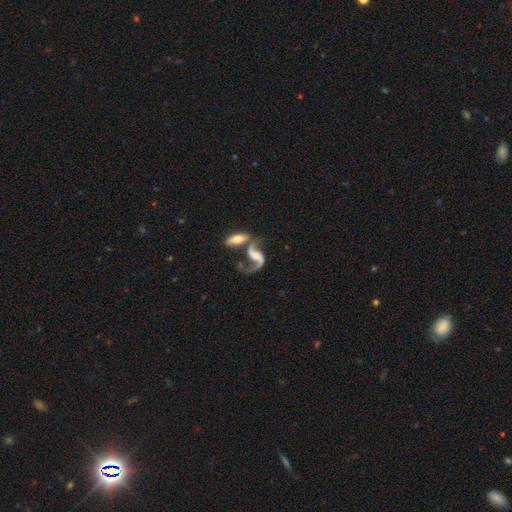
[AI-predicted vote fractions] Smooth or featured: featured or disk — 82% (smooth — 11%)
Edge-on disk: no — 94% (yes — 6%)
Bar: no — 41% (weak — 39%)
Spiral arms: yes — 92% (no — 8%)
Spiral winding: loose — 79% (medium — 17%)
Spiral arm count: 2 — 79% (1 — 15%)
Bulge size: moderate — 35% (small — 32%)
Merging: merger — 46% (none — 30%)